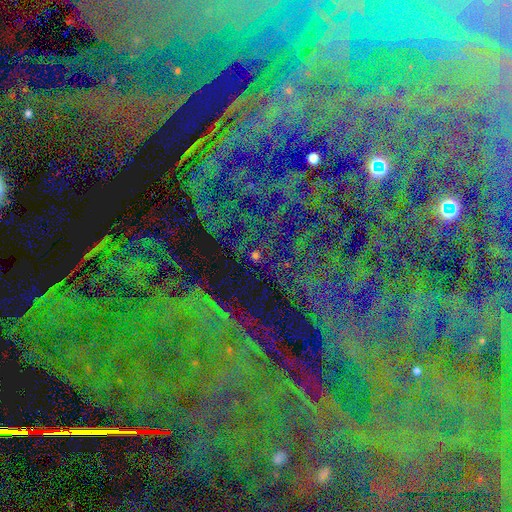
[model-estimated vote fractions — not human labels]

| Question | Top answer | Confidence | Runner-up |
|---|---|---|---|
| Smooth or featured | star or artifact | 81% | smooth (10%) |